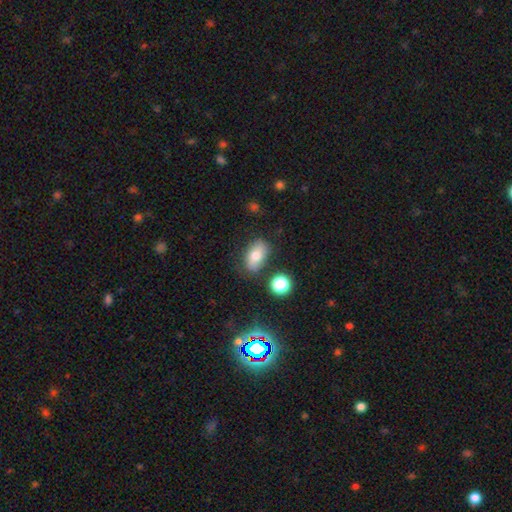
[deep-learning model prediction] Smooth or featured? smooth (72%)
How rounded? in between (88%)
Merging? none (74%)